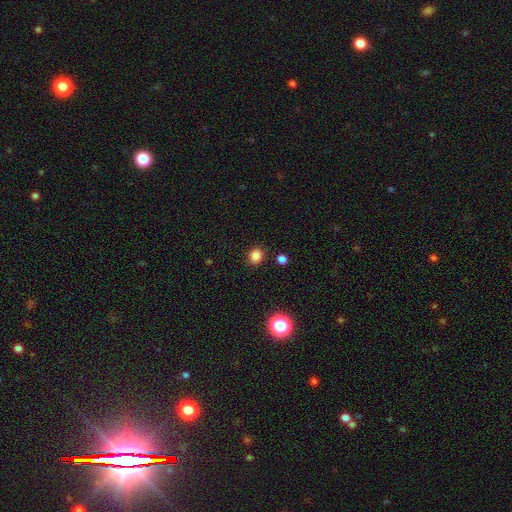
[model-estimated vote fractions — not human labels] The model was most divided on "how rounded": round: 74%, in between: 25%, cigar-shaped: 1%. More confident: merging — none (88%); smooth or featured — smooth (82%).